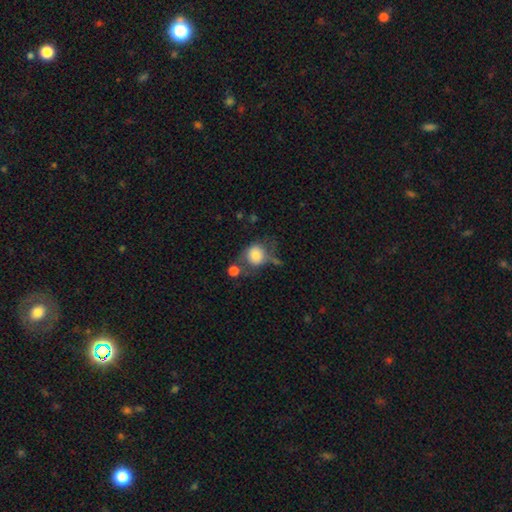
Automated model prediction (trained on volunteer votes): Smooth or featured? smooth (76%)
How rounded? round (77%)
Merging? none (42%)